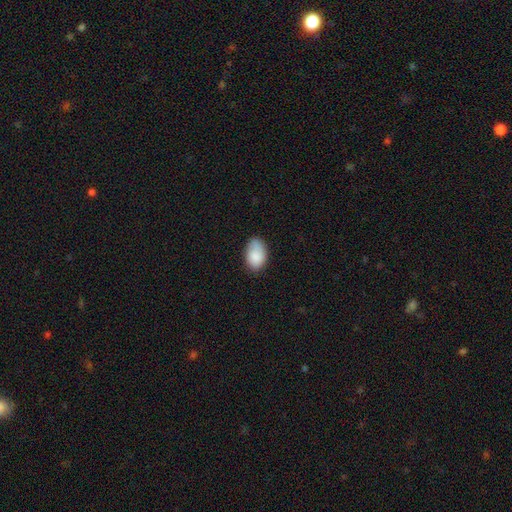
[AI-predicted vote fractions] smooth 86%, featured or disk 7%, star or artifact 7%. Down the decision tree: how rounded — in between (90%); merging — none (65%).